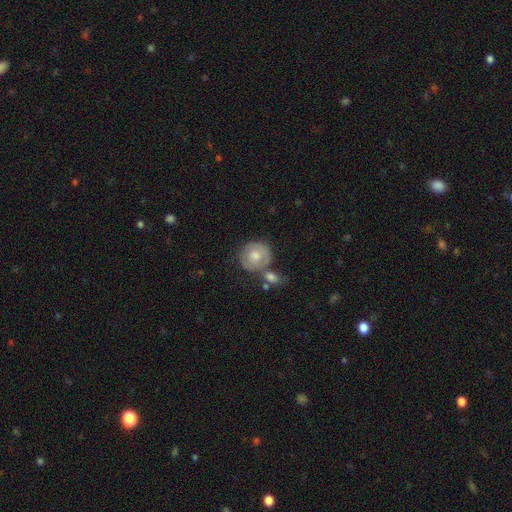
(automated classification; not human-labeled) This is possibly a smooth galaxy (55%). How rounded: clearly round (86%). Merging: possibly none (52%).